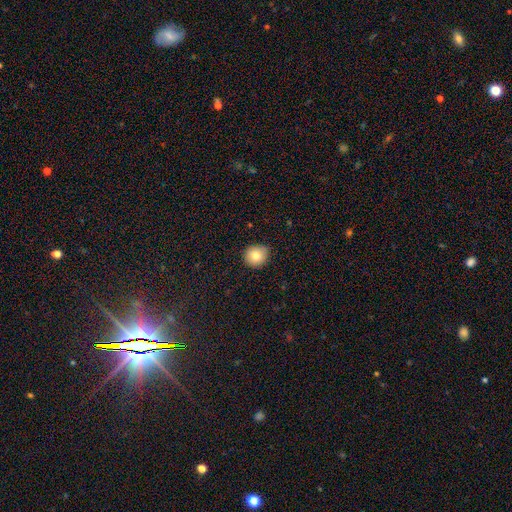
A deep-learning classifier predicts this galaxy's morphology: This appears to be a smooth galaxy with no disk features (80%) that is round (89%). Merging: none (84%).